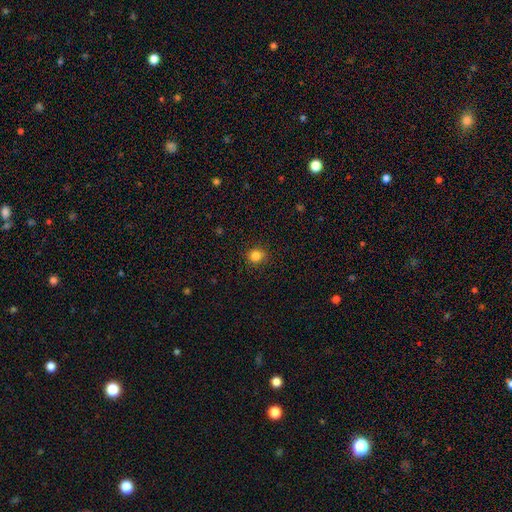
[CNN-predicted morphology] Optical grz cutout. It shows a smooth galaxy with no disk features (83%) that is round (86%). Merging: none (88%).